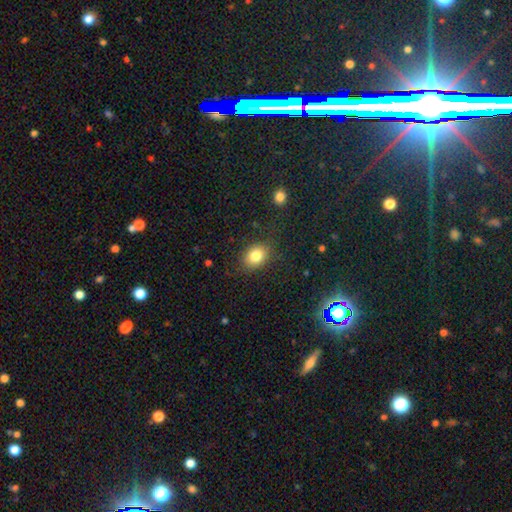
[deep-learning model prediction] Q: Smooth or featured?
A: smooth (81%); runner-up: star or artifact (10%)
Q: How rounded?
A: in between (58%); runner-up: round (41%)
Q: Merging?
A: none (82%); runner-up: minor disturbance (13%)